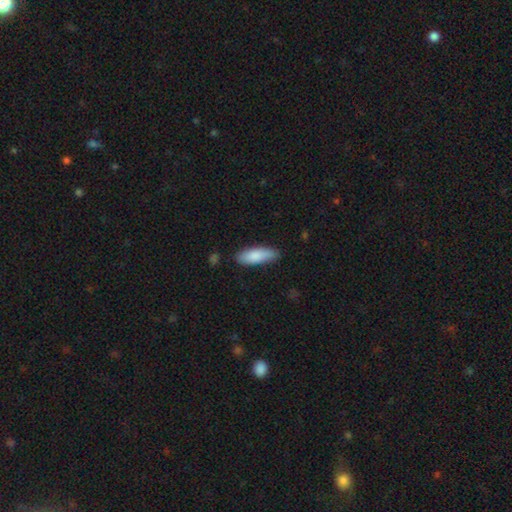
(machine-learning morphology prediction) This is clearly a smooth galaxy (84%). How rounded: possibly in between (59%). Merging: likely none (79%).